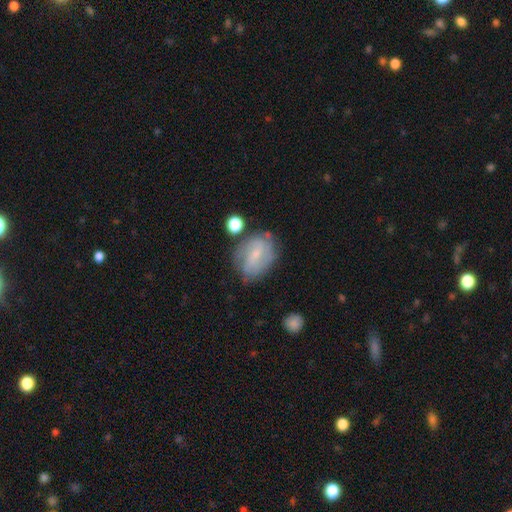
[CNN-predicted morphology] Smooth or featured? featured or disk (57%)
Edge-on disk? no (96%)
Bar? weak (53%)
Spiral arms? yes (77%)
Bulge size? small (65%)
Merging? none (62%)